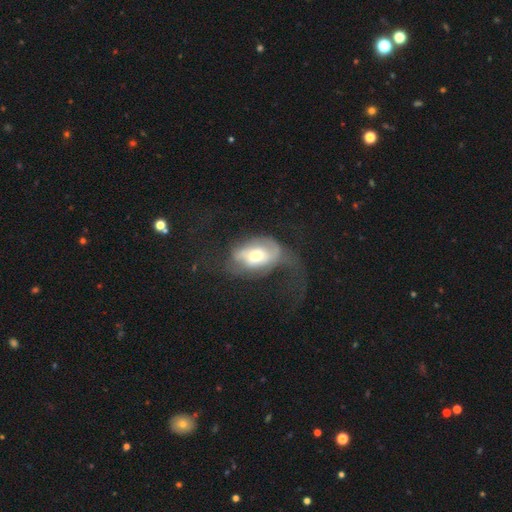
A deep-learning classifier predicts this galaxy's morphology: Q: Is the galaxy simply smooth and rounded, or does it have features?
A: featured or disk — 55%.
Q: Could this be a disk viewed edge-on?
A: no — 92%.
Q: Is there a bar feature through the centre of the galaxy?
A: no — 60%.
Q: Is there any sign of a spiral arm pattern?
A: yes — 53%.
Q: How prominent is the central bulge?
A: moderate — 61%.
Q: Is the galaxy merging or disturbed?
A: major disturbance — 57%.